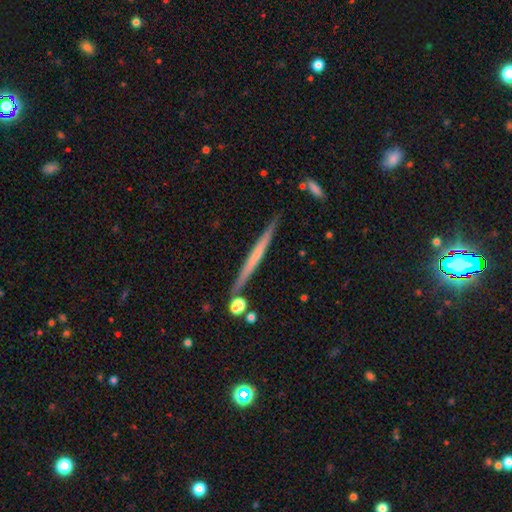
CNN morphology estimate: Overall: featured or disk (56%; smooth 38%). Edge-on disk: yes (97%). Edge-on bulge: none (84%). Merging: none (87%).